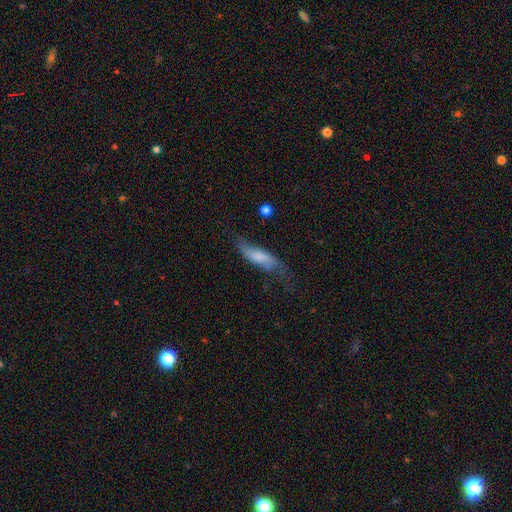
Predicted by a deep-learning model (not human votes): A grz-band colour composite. It shows a featured or disk galaxy (46%). Merging: none (48%).